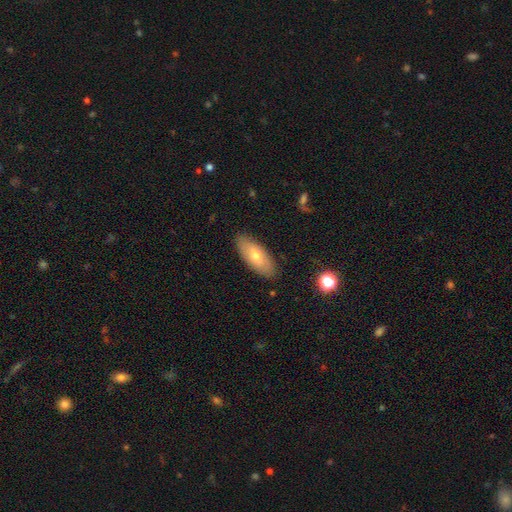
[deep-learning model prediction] smooth-or-featured: smooth: 66% | featured or disk: 28% | star or artifact: 7%
  how-rounded: in between: 80% | cigar-shaped: 18% | round: 2%
  merging: none: 87% | minor disturbance: 10% | major disturbance: 2% | merger: 1%